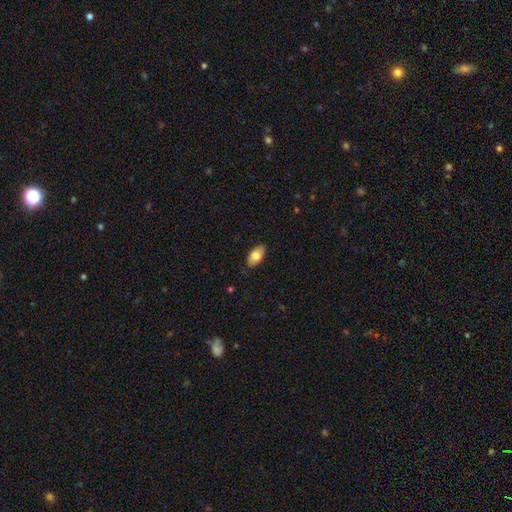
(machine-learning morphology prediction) smooth 80%, featured or disk 14%, star or artifact 6%. Down the decision tree: how rounded — in between (94%); merging — none (87%).